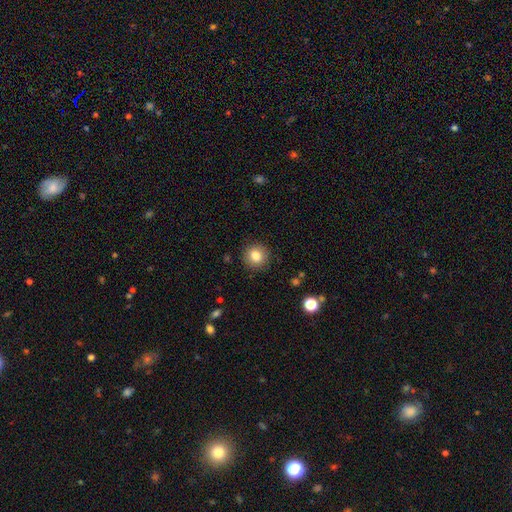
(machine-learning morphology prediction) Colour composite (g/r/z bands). It shows a smooth galaxy with no disk features (82%) that is round (91%). Merging: none (90%).